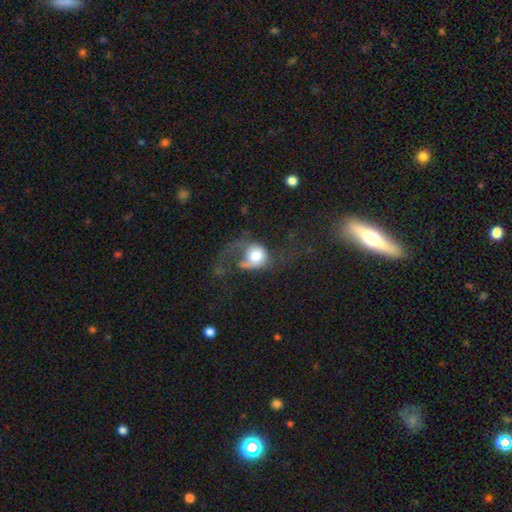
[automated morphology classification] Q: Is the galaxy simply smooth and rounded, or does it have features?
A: smooth — 56%.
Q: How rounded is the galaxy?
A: round — 73%.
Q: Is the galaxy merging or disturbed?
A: major disturbance — 58%.